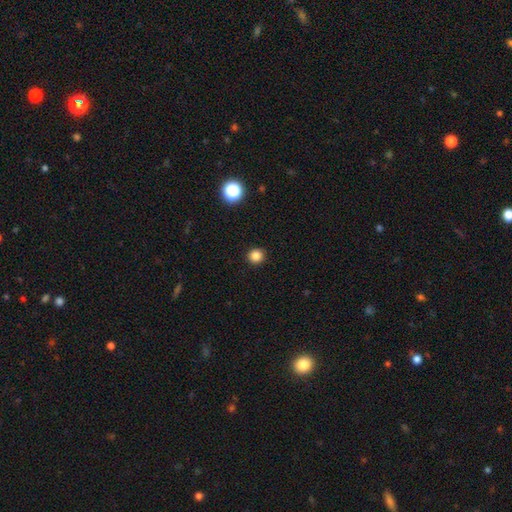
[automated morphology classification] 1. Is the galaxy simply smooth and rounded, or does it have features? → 83% smooth, 13% star or artifact, 4% featured or disk.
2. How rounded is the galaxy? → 93% round, 6% in between, 1% cigar-shaped.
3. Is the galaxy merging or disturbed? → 93% none, 4% minor disturbance, 2% major disturbance, 1% merger.